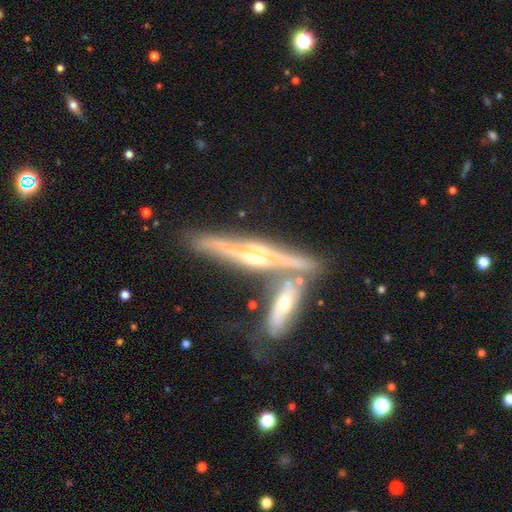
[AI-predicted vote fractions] smooth_or_featured: featured or disk (p=0.82) [alt: smooth p=0.12]
disk_edge_on: yes (p=0.94) [alt: no p=0.06]
edge_on_bulge: rounded (p=0.81) [alt: boxy p=0.10]
merging: none (p=0.55) [alt: merger p=0.30]